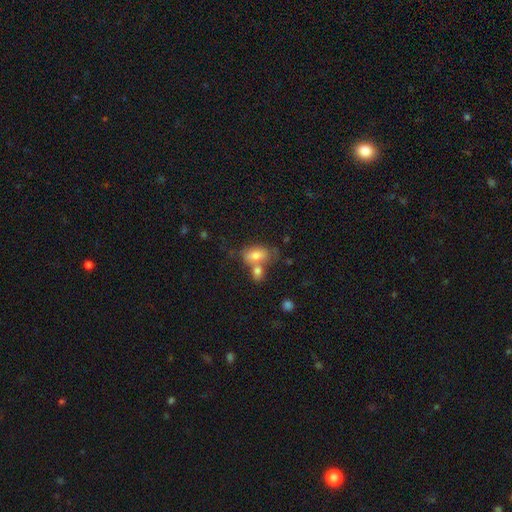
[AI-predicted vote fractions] smooth_or_featured: smooth (p=0.76) [alt: featured or disk p=0.16]
how_rounded: in between (p=0.87) [alt: round p=0.10]
merging: merger (p=0.47) [alt: none p=0.34]